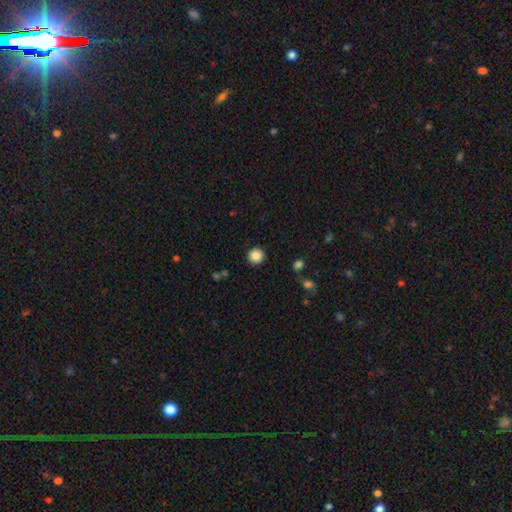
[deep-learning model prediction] This appears to be a smooth galaxy with no disk features (87%) that is round (95%). Merging: none (91%).